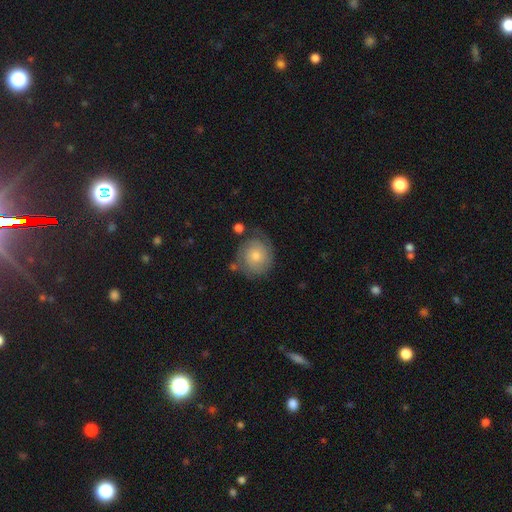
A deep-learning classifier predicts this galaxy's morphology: smooth_or_featured: smooth (p=0.53) [alt: featured or disk p=0.40]
how_rounded: round (p=0.85) [alt: in between p=0.14]
merging: none (p=0.62) [alt: minor disturbance p=0.23]